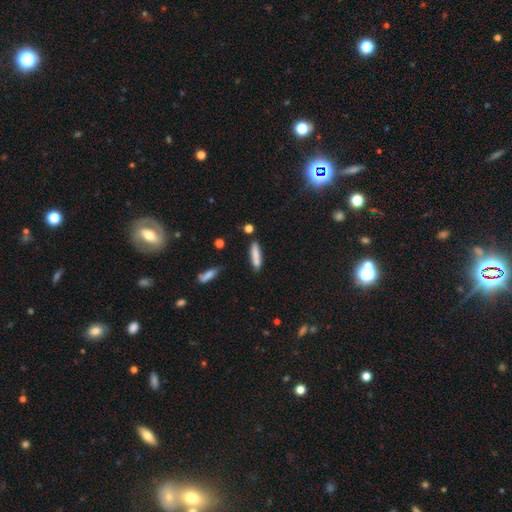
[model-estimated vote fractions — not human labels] smooth_or_featured: smooth (p=0.80) [alt: featured or disk p=0.13]
how_rounded: cigar-shaped (p=0.76) [alt: in between p=0.22]
merging: none (p=0.75) [alt: minor disturbance p=0.15]